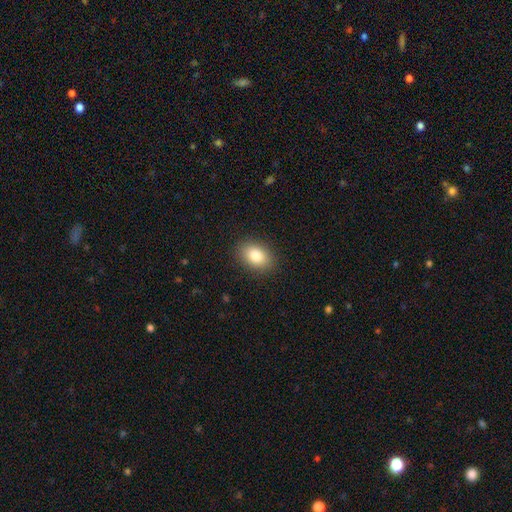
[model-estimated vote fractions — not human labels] Morphology: type=smooth (84%); roundness=in between (79%); merging=none (89%).